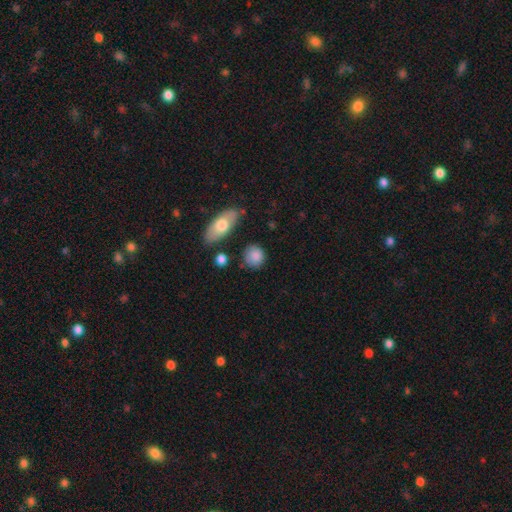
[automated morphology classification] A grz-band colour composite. It shows a smooth galaxy with no disk features (85%) that is round (79%). Merging: none (77%).